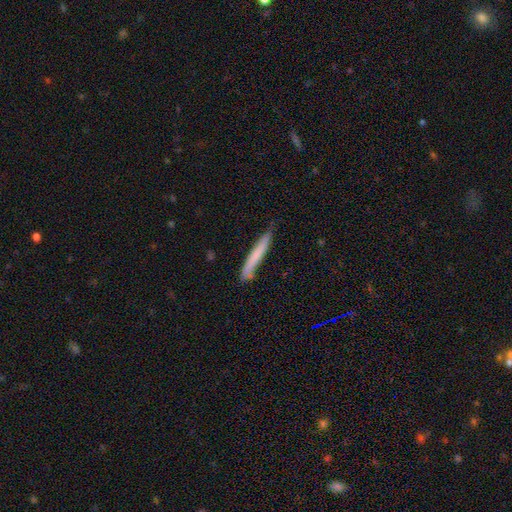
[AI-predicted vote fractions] Smooth or featured? smooth (64%)
How rounded? cigar-shaped (96%)
Merging? none (73%)